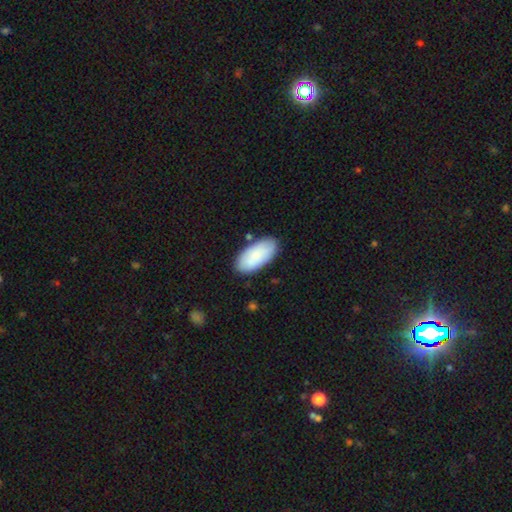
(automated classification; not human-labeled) The model was most divided on "merging": none: 81%, minor disturbance: 13%, merger: 3%, major disturbance: 3%. More confident: how rounded — in between (95%); smooth or featured — smooth (82%).